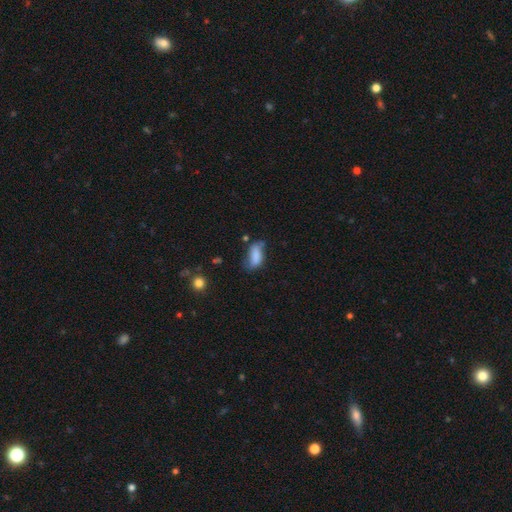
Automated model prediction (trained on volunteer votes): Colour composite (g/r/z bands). It shows a smooth galaxy with no disk features (75%) that is in between round and cigar-shaped (83%). Merging: none (43%).